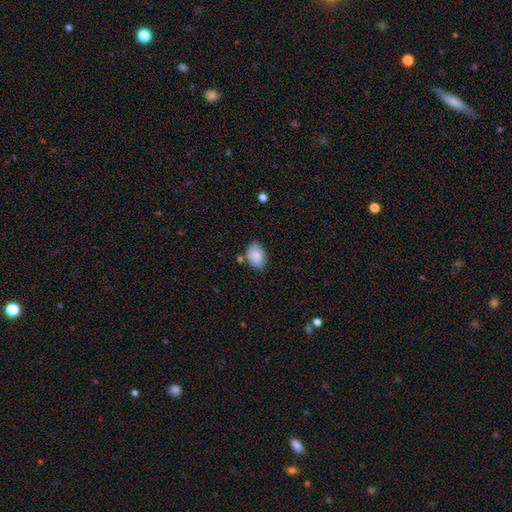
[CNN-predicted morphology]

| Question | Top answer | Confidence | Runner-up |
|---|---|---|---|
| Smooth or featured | smooth | 86% | featured or disk (8%) |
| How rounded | in between | 86% | round (13%) |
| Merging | none | 69% | minor disturbance (21%) |